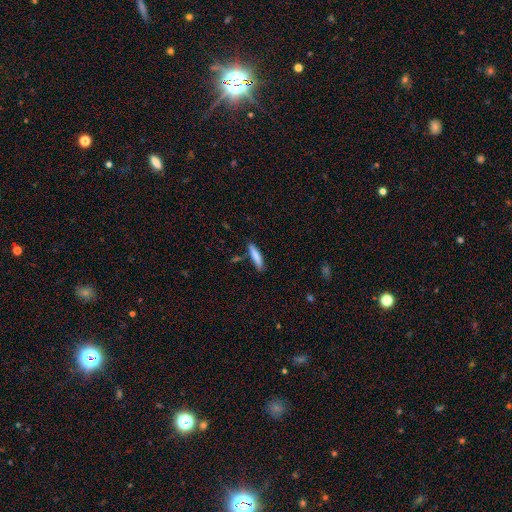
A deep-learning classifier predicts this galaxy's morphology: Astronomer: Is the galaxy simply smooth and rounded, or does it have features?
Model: smooth — 80%.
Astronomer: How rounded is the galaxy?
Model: cigar-shaped — 83%.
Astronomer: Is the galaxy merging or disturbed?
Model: none — 79%.